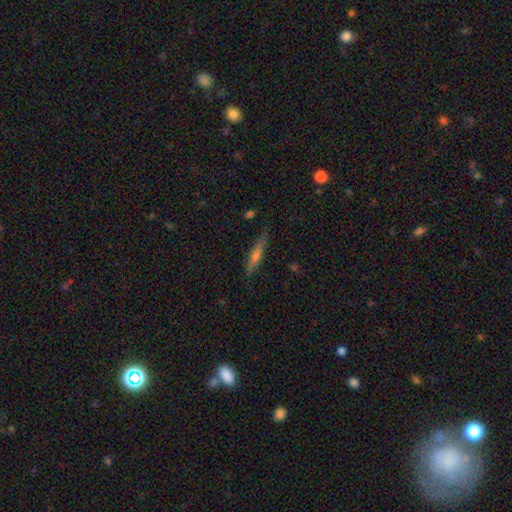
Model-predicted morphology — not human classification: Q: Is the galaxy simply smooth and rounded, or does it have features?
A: featured or disk — 50%.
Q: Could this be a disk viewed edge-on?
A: yes — 95%.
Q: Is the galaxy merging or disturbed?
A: none — 83%.